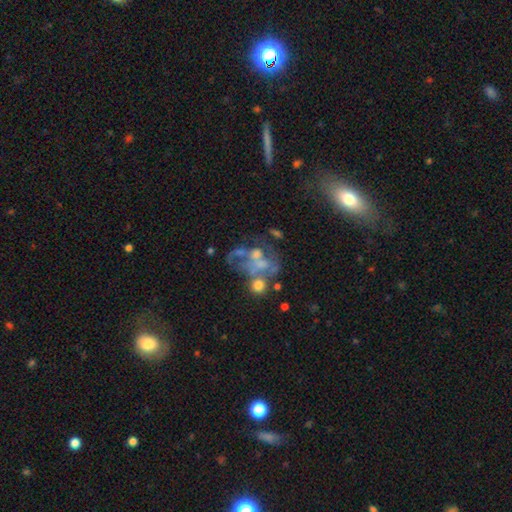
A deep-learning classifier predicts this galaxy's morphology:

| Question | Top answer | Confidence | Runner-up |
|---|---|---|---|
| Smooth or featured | featured or disk | 62% | star or artifact (19%) |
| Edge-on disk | no | 97% | yes (3%) |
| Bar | no | 84% | weak (12%) |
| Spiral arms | no | 77% | yes (23%) |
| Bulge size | none | 45% | small (25%) |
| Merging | major disturbance | 29% | tied: none (29%) |